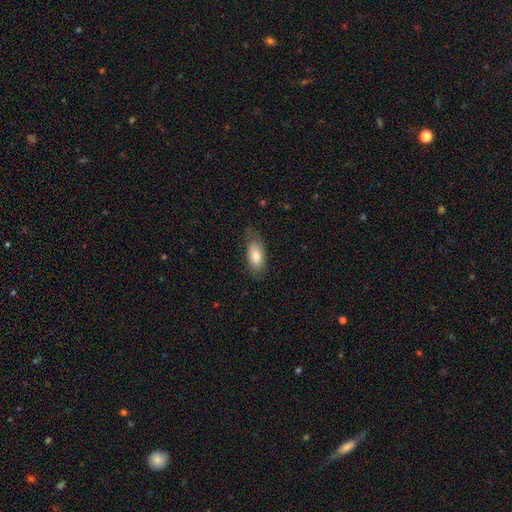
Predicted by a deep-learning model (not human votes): Smooth or featured? smooth (77%)
How rounded? in between (87%)
Merging? none (68%)